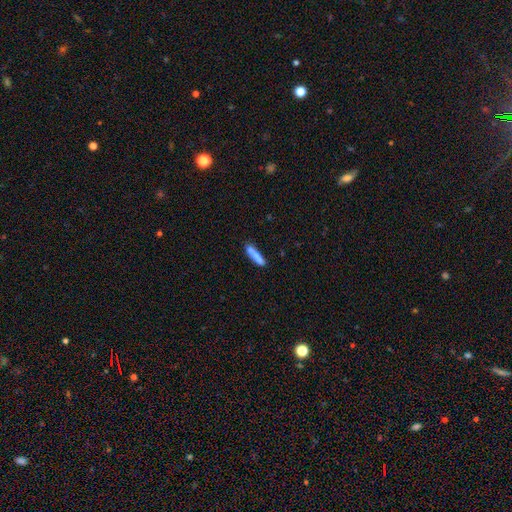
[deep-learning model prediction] This is likely a smooth galaxy (72%). How rounded: clearly cigar-shaped (81%). Merging: likely none (69%).